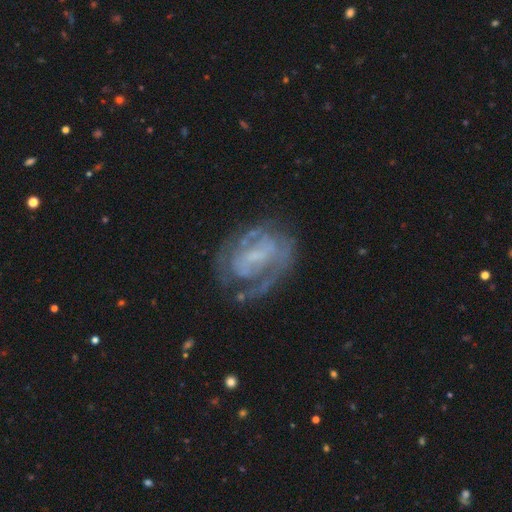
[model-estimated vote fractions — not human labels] smooth_or_featured: featured or disk (p=0.78) [alt: smooth p=0.13]
disk_edge_on: no (p=0.97) [alt: yes p=0.03]
bar: weak (p=0.43) [alt: no p=0.35]
has_spiral_arms: yes (p=0.77) [alt: no p=0.23]
spiral_winding: tight (p=0.50) [alt: medium p=0.37]
spiral_arm_count: 2 (p=0.38) [alt: can't tell p=0.37]
bulge_size: small (p=0.50) [alt: none p=0.28]
merging: none (p=0.60) [alt: minor disturbance p=0.20]